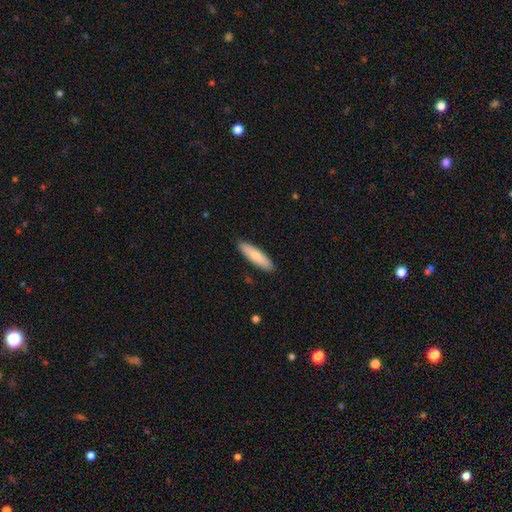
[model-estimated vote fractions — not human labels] smooth_or_featured: smooth (p=0.78) [alt: featured or disk p=0.16]
how_rounded: cigar-shaped (p=0.69) [alt: in between p=0.30]
merging: none (p=0.89) [alt: minor disturbance p=0.08]